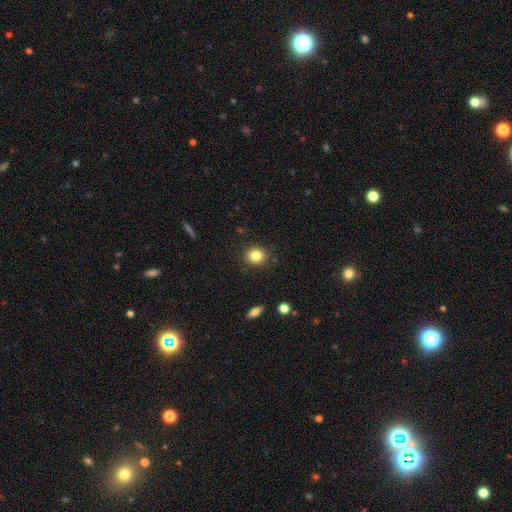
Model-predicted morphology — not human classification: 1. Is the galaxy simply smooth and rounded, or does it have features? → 84% smooth, 10% star or artifact, 6% featured or disk.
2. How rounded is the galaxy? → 78% round, 21% in between, 1% cigar-shaped.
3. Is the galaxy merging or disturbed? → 89% none, 8% minor disturbance, 2% major disturbance, 1% merger.